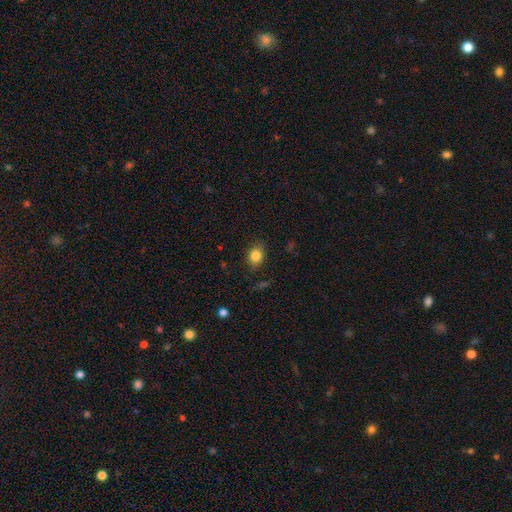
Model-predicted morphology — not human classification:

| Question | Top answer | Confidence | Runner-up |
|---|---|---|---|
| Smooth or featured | smooth | 83% | star or artifact (10%) |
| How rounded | in between | 57% | round (42%) |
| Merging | none | 82% | minor disturbance (13%) |